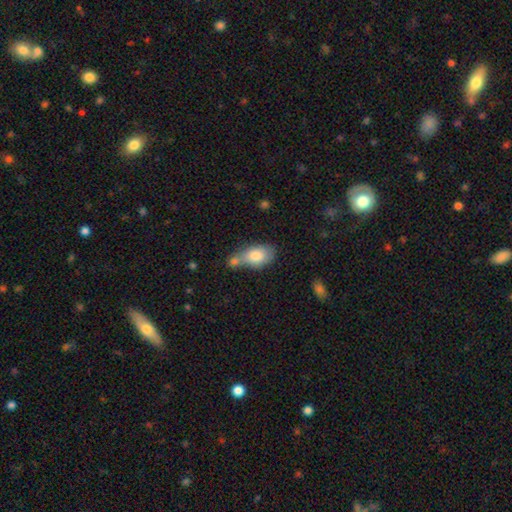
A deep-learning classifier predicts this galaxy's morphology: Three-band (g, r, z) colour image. It shows a smooth galaxy with no disk features (80%) that is in between round and cigar-shaped (89%). Merging: merger (40%).